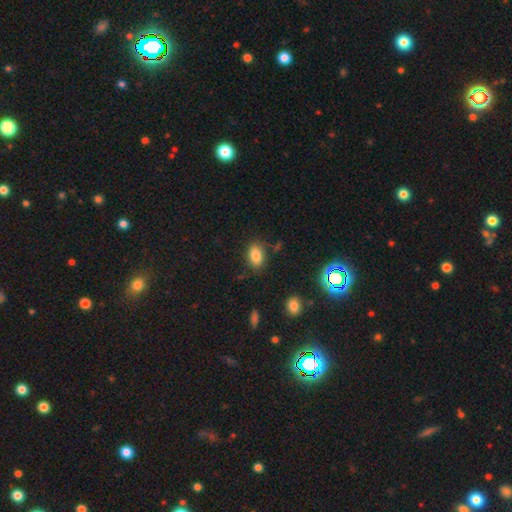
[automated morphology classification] smooth_or_featured: smooth (p=0.82) [alt: star or artifact p=0.11]
how_rounded: in between (p=0.86) [alt: round p=0.12]
merging: none (p=0.81) [alt: minor disturbance p=0.13]